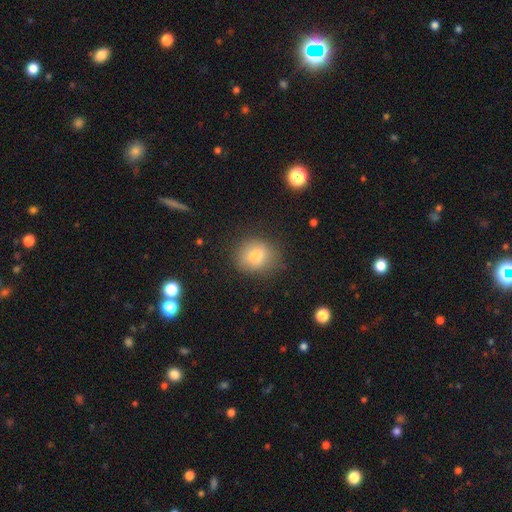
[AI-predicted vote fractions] This appears to be a smooth galaxy with no disk features (79%) that is round (76%). Merging: none (83%).